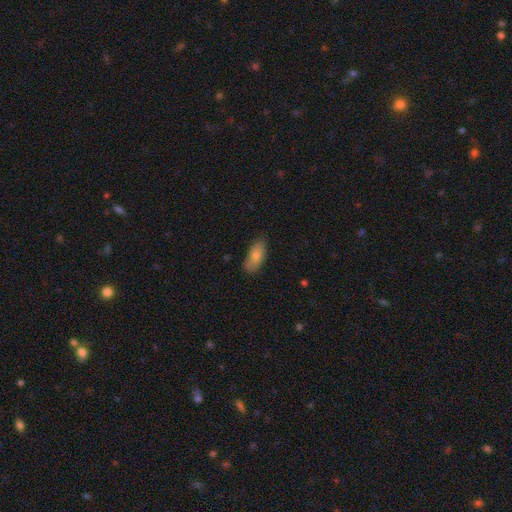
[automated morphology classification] Q: Smooth or featured?
A: smooth (78%); runner-up: featured or disk (16%)
Q: How rounded?
A: in between (87%); runner-up: cigar-shaped (10%)
Q: Merging?
A: none (77%); runner-up: minor disturbance (19%)